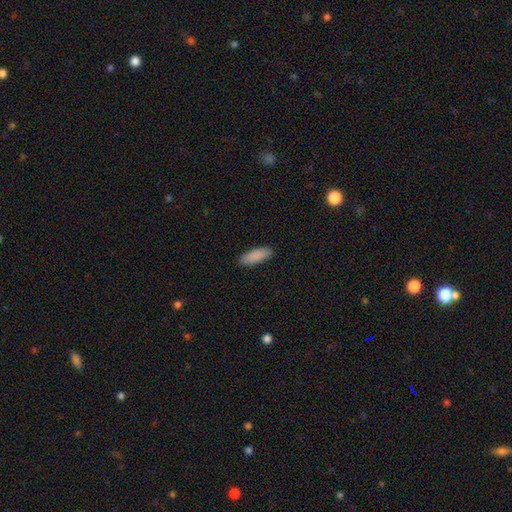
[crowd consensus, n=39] smooth 92%, star or artifact 5%, featured or disk 3%. Down the decision tree: how rounded — in between (81%); merging — none (95%).